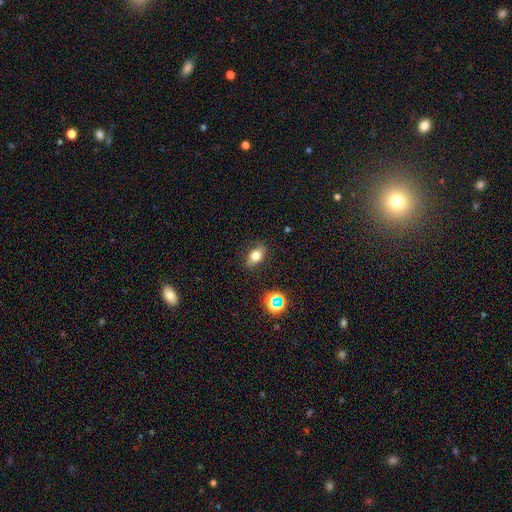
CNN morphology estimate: The model was most divided on "smooth or featured": smooth: 70%, featured or disk: 17%, star or artifact: 13%. More confident: merging — none (85%); how rounded — in between (76%).